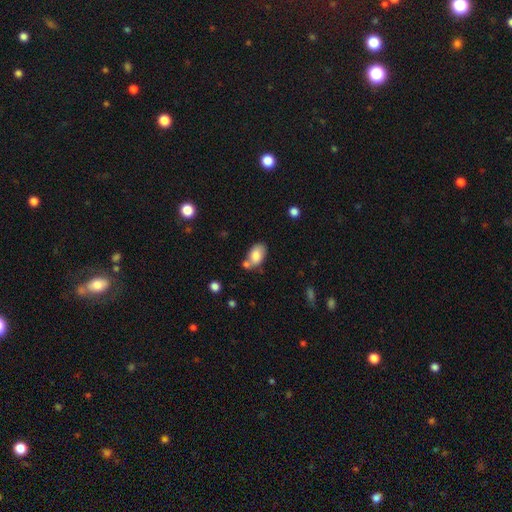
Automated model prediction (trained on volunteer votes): smooth 80%, featured or disk 12%, star or artifact 8%. Down the decision tree: how rounded — in between (90%); merging — none (50%).